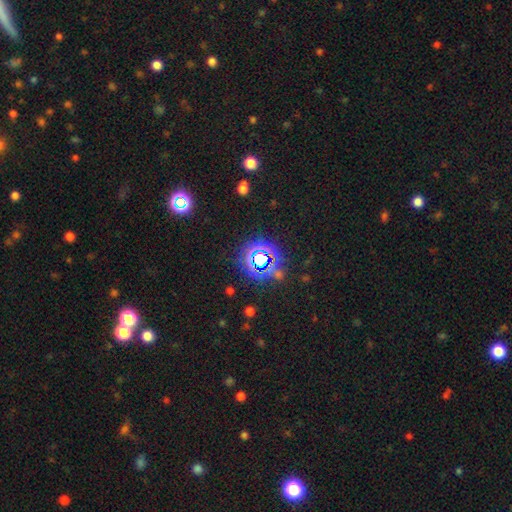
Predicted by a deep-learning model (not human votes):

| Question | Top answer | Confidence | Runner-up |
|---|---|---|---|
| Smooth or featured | star or artifact | 73% | smooth (17%) |